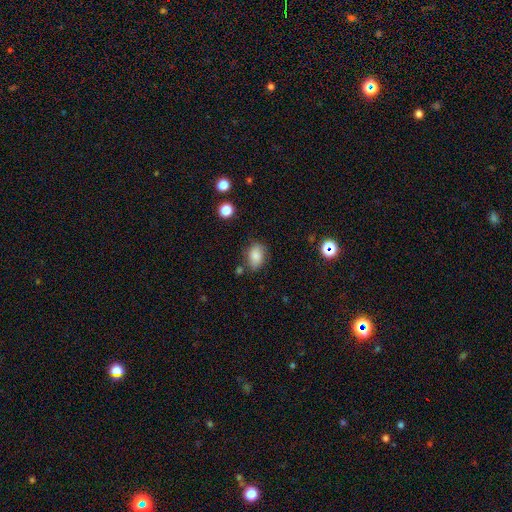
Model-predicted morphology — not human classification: smooth_or_featured: smooth (p=0.84) [alt: star or artifact p=0.09]
how_rounded: in between (p=0.80) [alt: round p=0.18]
merging: none (p=0.70) [alt: minor disturbance p=0.20]